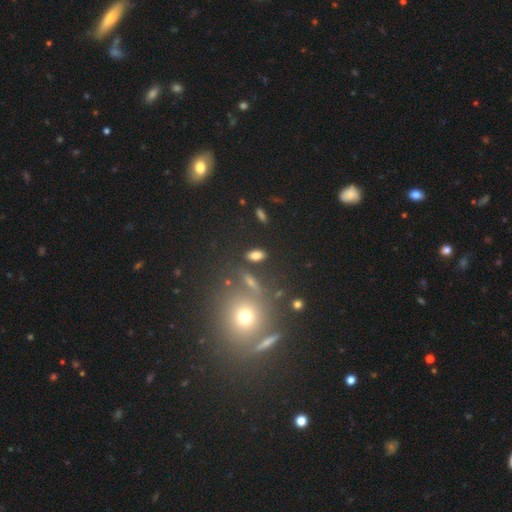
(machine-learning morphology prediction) smooth-or-featured: smooth: 78% | star or artifact: 12% | featured or disk: 9%
  how-rounded: in between: 81% | cigar-shaped: 12% | round: 7%
  merging: none: 83% | minor disturbance: 9% | merger: 5% | major disturbance: 3%